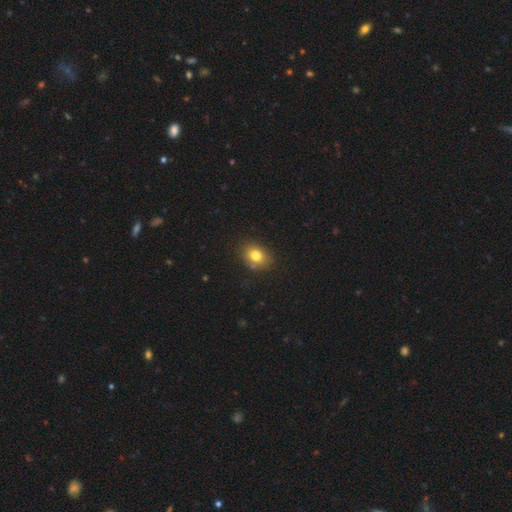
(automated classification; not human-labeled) Smooth or featured: smooth — 79% (star or artifact — 11%)
How rounded: in between — 61% (round — 38%)
Merging: none — 79% (minor disturbance — 13%)